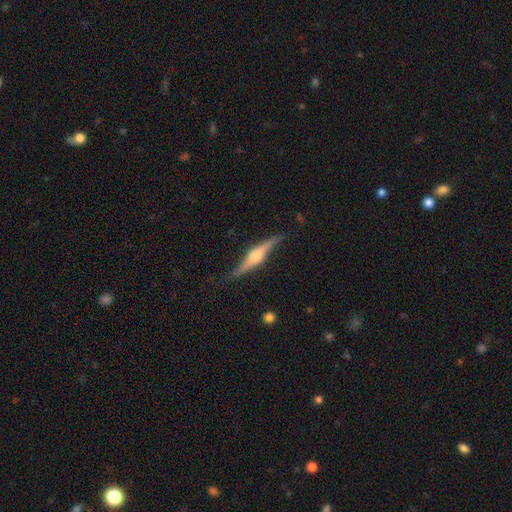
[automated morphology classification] Overall: featured or disk (80%). Edge-on disk: yes (94%). Edge-on bulge: rounded (93%). Merging: none (79%).